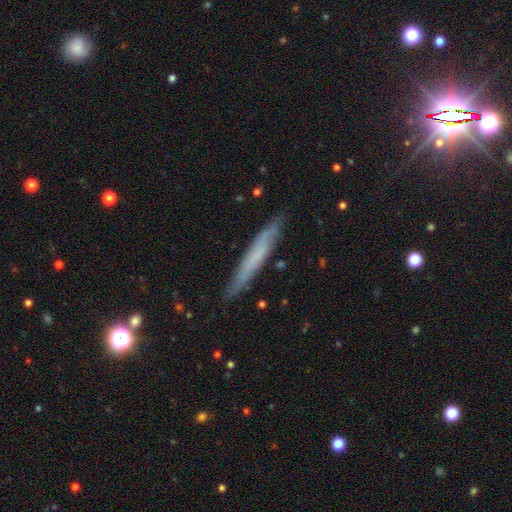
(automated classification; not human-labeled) Smooth or featured? smooth (51%)
How rounded? cigar-shaped (95%)
Merging? none (85%)